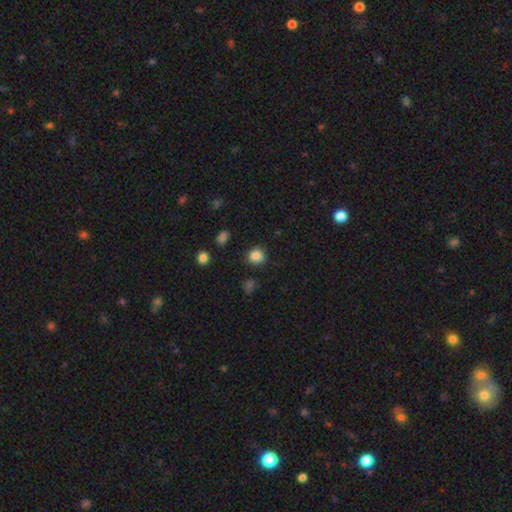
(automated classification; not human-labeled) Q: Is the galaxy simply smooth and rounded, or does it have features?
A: smooth — 85%.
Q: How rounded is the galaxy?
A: round — 86%.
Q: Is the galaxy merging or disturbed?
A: none — 87%.